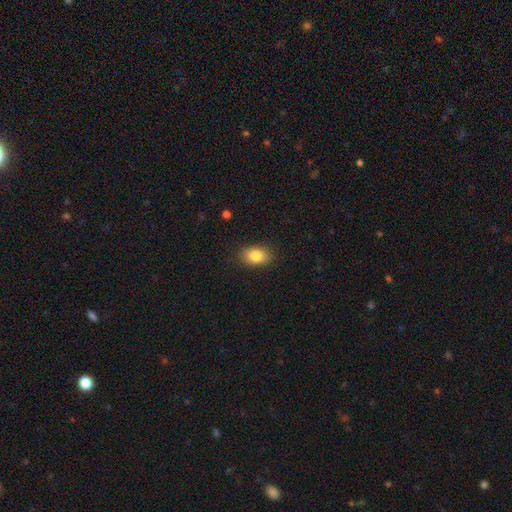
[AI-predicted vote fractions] Q: Smooth or featured?
A: smooth (84%); runner-up: star or artifact (8%)
Q: How rounded?
A: in between (87%); runner-up: round (11%)
Q: Merging?
A: none (87%); runner-up: minor disturbance (9%)